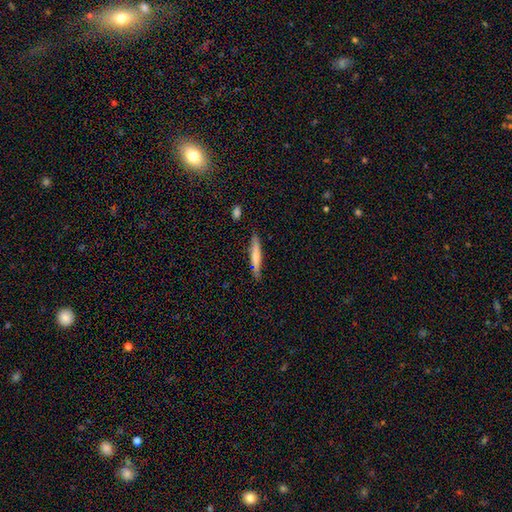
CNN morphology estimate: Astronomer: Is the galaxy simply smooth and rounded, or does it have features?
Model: smooth — 67%.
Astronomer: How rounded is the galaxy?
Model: cigar-shaped — 91%.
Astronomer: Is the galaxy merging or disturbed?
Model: none — 84%.